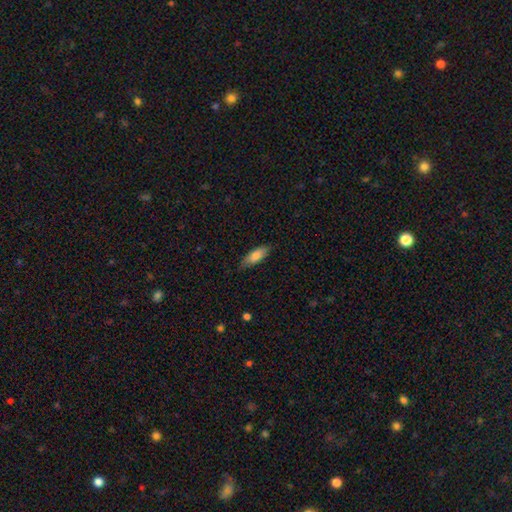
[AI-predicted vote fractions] Smooth or featured: smooth — 79% (featured or disk — 15%)
How rounded: in between — 68% (cigar-shaped — 31%)
Merging: none — 79% (minor disturbance — 17%)